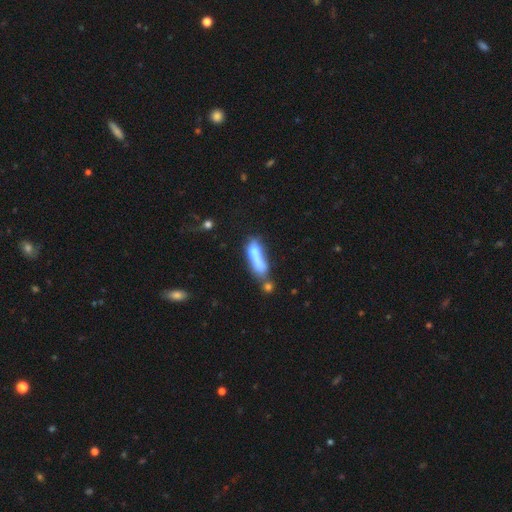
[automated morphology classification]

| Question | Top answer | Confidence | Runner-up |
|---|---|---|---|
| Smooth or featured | smooth | 64% | featured or disk (27%) |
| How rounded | cigar-shaped | 52% | in between (44%) |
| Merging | merger | 41% | none (22%) |